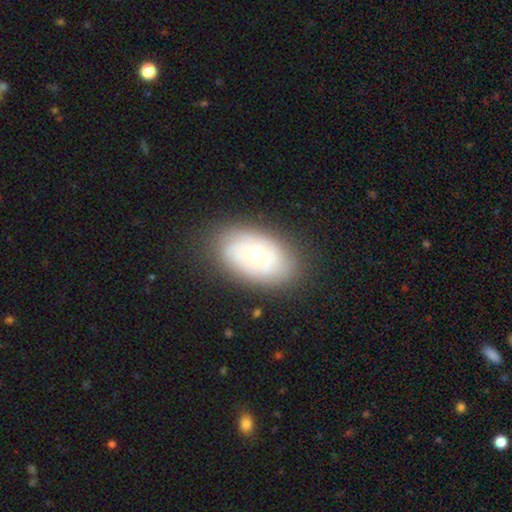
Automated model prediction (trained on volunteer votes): smooth_or_featured: featured or disk (p=0.49) [alt: smooth p=0.43]
merging: none (p=0.78) [alt: minor disturbance p=0.15]